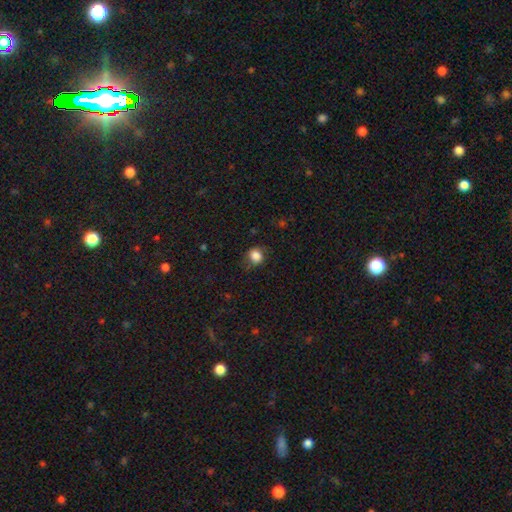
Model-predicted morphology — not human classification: The model was most divided on "how rounded": round: 75%, in between: 24%, cigar-shaped: 1%. More confident: smooth or featured — smooth (85%); merging — none (73%).